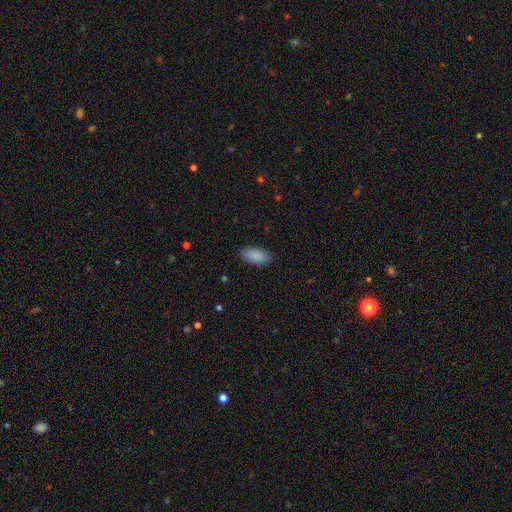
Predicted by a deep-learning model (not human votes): Smooth or featured? smooth (90%)
How rounded? in between (93%)
Merging? none (86%)